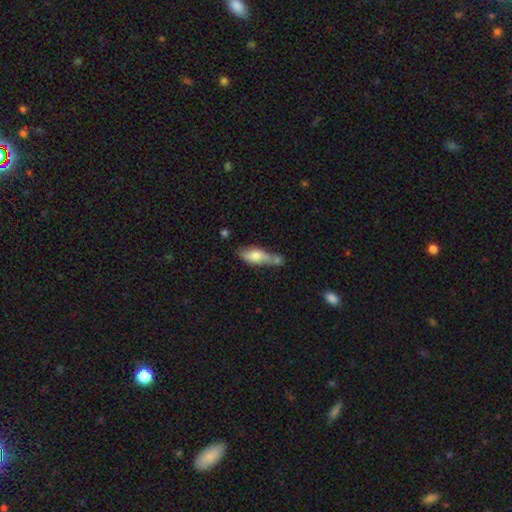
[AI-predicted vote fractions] A smooth galaxy with no disk features (66%) that is in between round and cigar-shaped (63%).

Vote fractions:
- Smooth or featured? smooth: 66% / featured or disk: 27% / star or artifact: 7%
- How rounded? in between: 63% / cigar-shaped: 34% / round: 4%
- Merging? merger: 38% / none: 31% / minor disturbance: 21% / major disturbance: 10%